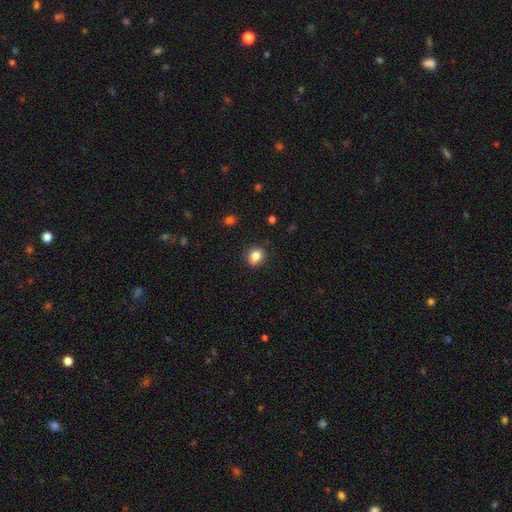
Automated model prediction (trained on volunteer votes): Smooth or featured? smooth (83%)
How rounded? round (72%)
Merging? none (77%)